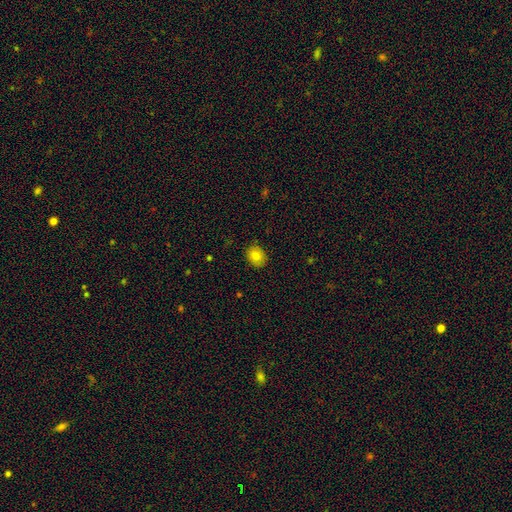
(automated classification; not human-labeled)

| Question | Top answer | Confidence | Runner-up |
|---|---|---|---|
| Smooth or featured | smooth | 80% | featured or disk (11%) |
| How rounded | round | 58% | in between (41%) |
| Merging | none | 88% | minor disturbance (9%) |